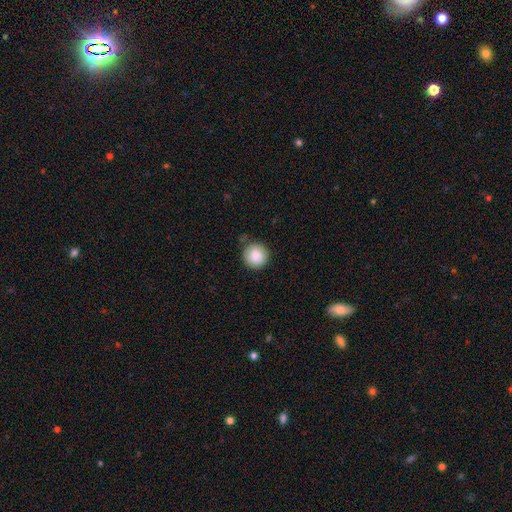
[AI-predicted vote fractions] smooth-or-featured: smooth: 86% | star or artifact: 7% | featured or disk: 6%
  how-rounded: round: 93% | in between: 6% | cigar-shaped: 1%
  merging: none: 80% | minor disturbance: 15% | major disturbance: 3% | merger: 2%